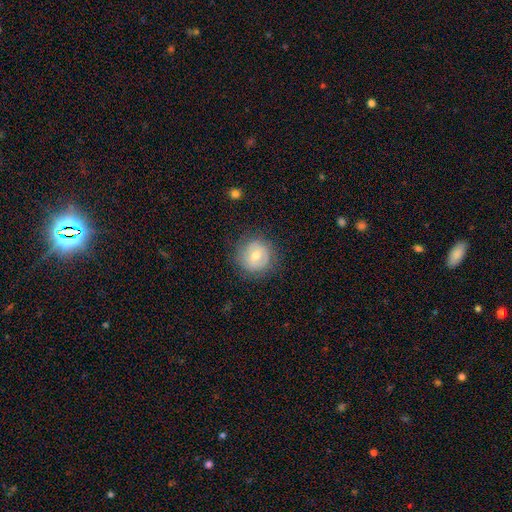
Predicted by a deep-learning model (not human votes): This appears to be a smooth galaxy with no disk features (56%) that is round (92%). Merging: none (80%).